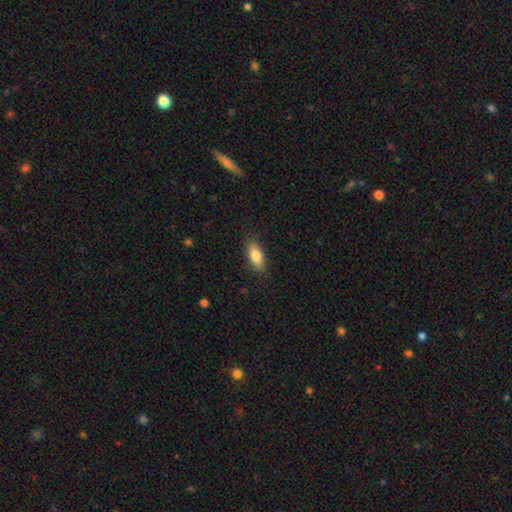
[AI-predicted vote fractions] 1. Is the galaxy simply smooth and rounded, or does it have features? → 81% smooth, 12% featured or disk, 7% star or artifact.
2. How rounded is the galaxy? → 80% in between, 17% cigar-shaped, 3% round.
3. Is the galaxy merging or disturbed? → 84% none, 12% minor disturbance, 3% major disturbance, 1% merger.